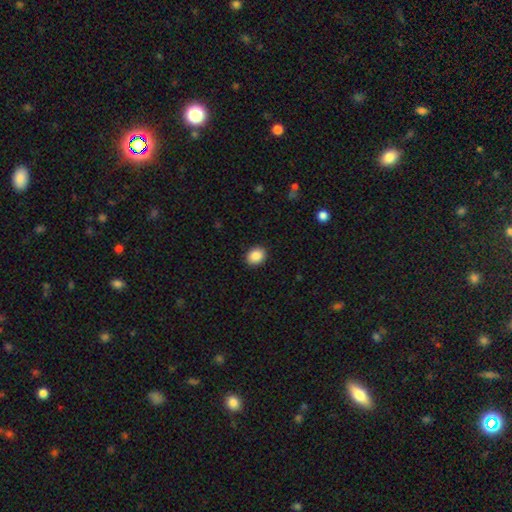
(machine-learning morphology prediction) smooth 88%, star or artifact 8%, featured or disk 4%. Down the decision tree: how rounded — in between (50%); merging — none (90%).